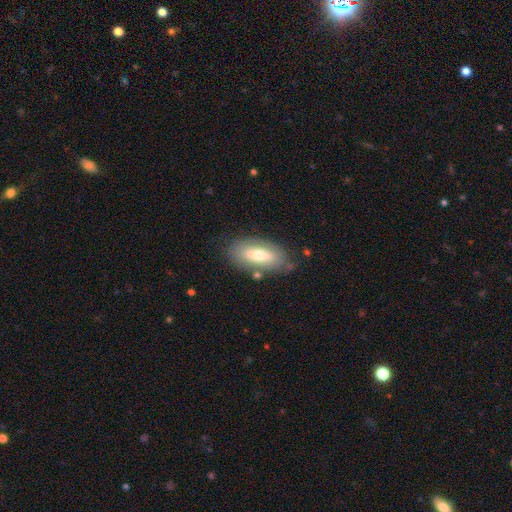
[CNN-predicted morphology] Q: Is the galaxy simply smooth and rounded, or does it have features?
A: smooth — 56%.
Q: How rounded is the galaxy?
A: in between — 86%.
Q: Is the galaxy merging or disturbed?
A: none — 77%.